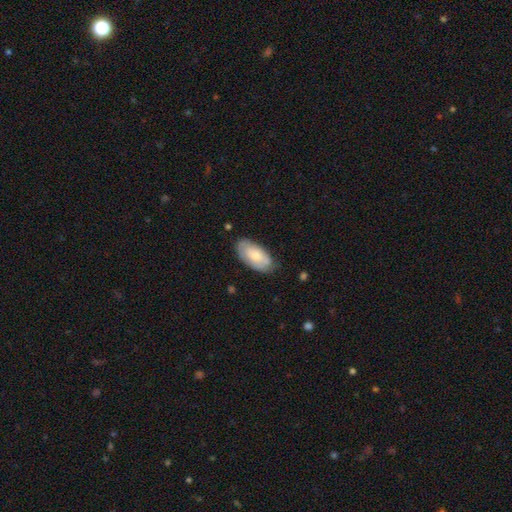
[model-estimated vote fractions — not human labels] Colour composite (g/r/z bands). It shows a smooth galaxy with no disk features (69%) that is in between round and cigar-shaped (94%). Merging: none (74%).